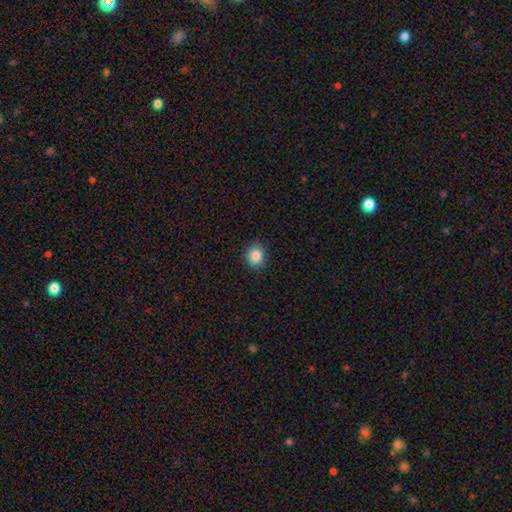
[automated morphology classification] Smooth or featured: smooth — 86% (star or artifact — 10%)
How rounded: round — 69% (in between — 30%)
Merging: none — 88% (minor disturbance — 9%)